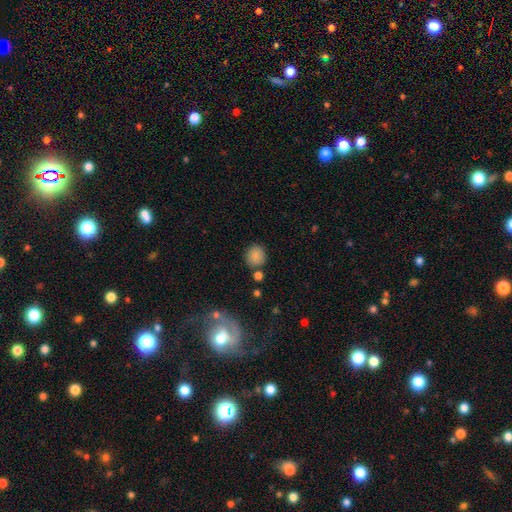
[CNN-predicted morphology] Overall: smooth (84%). How rounded: round (81%). Merging: none (78%).